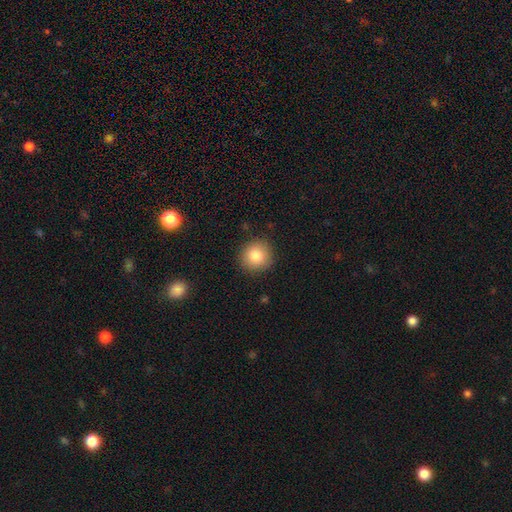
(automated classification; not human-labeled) Morphology: type=smooth (84%); roundness=round (90%); merging=none (89%).